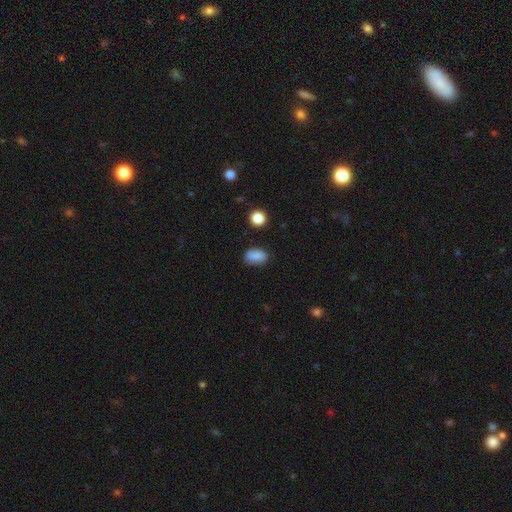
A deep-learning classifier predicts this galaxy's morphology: Overall: smooth (79%). How rounded: in between (85%). Merging: none (77%).